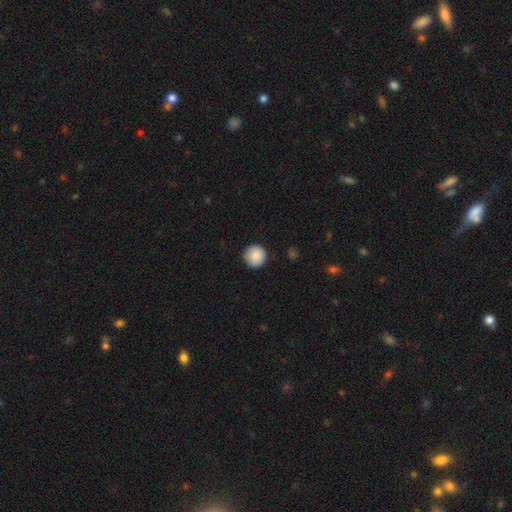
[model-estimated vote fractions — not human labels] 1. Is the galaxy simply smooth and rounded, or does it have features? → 89% smooth, 8% star or artifact, 4% featured or disk.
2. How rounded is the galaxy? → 96% round, 3% in between, 1% cigar-shaped.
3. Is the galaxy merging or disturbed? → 89% none, 8% minor disturbance, 2% major disturbance, 1% merger.